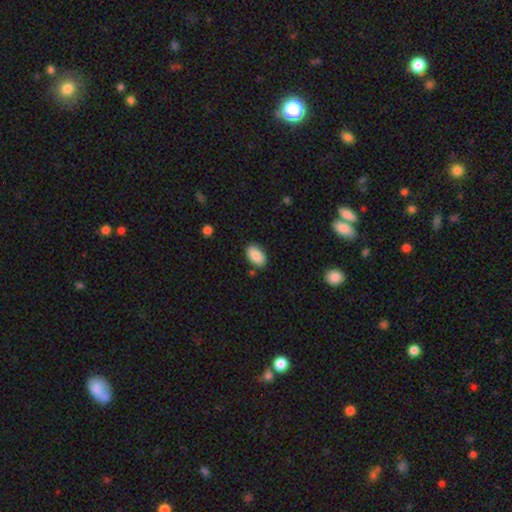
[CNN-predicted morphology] smooth-or-featured: smooth: 88% | star or artifact: 7% | featured or disk: 5%
  how-rounded: in between: 92% | round: 6% | cigar-shaped: 2%
  merging: none: 85% | minor disturbance: 11% | major disturbance: 2% | merger: 2%